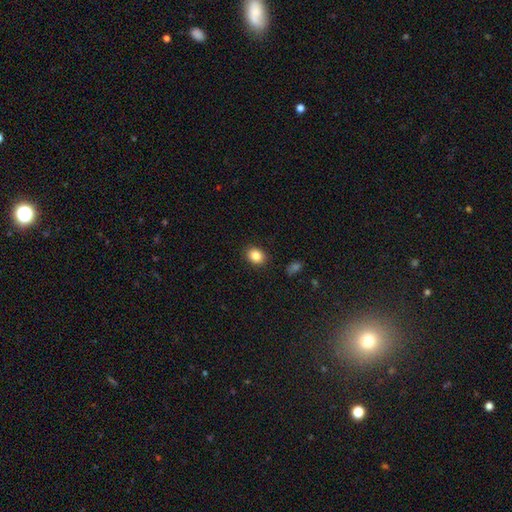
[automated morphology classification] This appears to be a smooth galaxy with no disk features (86%) that is in between round and cigar-shaped (54%). Merging: none (89%).